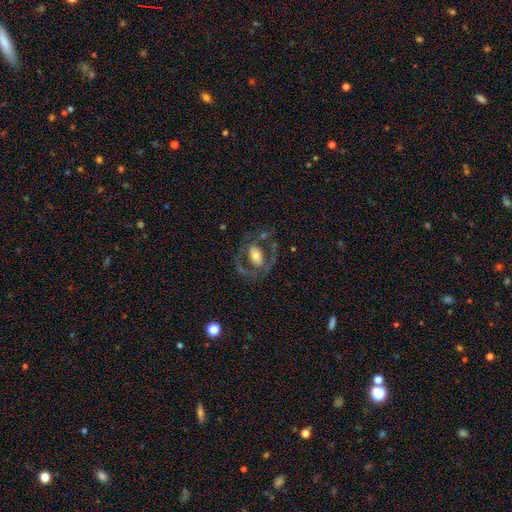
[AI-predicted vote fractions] This appears to be a featured or disk galaxy (56%) with no bar (51%), no spiral arms (57%) and a moderate central bulge (51%). Merging: none (55%).